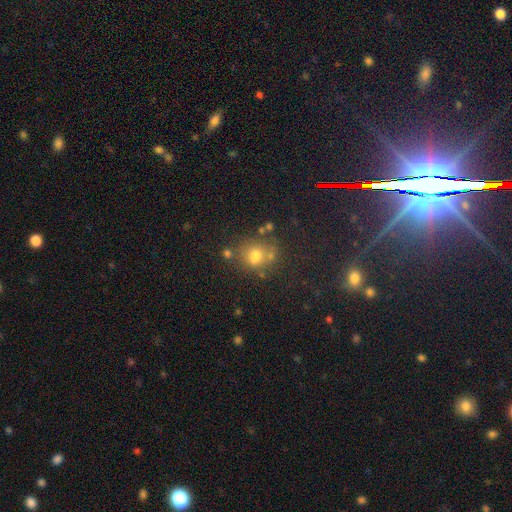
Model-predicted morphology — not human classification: Overall: smooth (65%). How rounded: round (77%). Merging: none (64%).